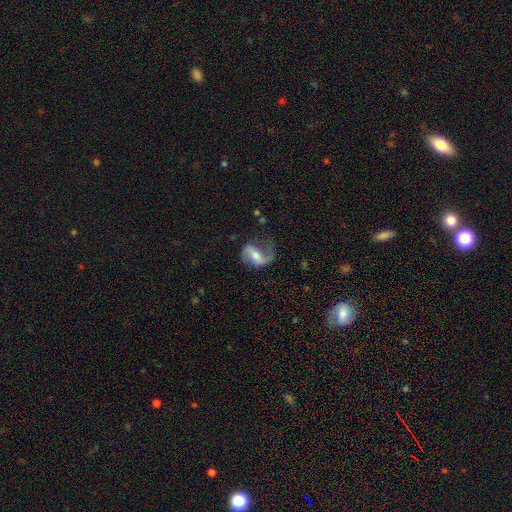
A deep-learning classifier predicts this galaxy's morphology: A featured or disk galaxy (74%) with a weak bar (39%), 2 (68%) loose (63%) spiral arms (90%) and a moderate central bulge (54%). Merging: none (47%).